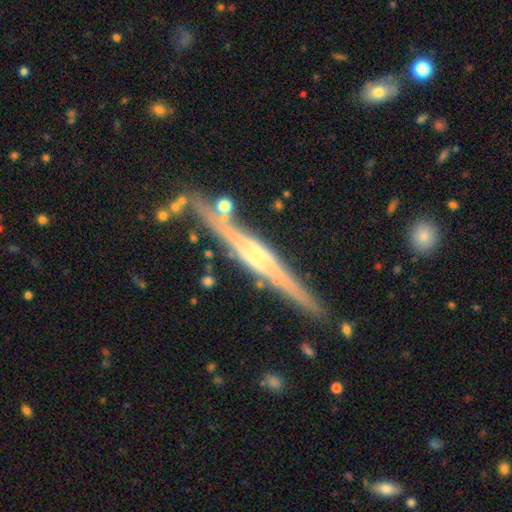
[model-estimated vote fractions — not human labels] Q: Smooth or featured?
A: featured or disk (82%); runner-up: smooth (12%)
Q: Edge-on disk?
A: yes (97%); runner-up: no (3%)
Q: Edge-on bulge?
A: rounded (50%); runner-up: boxy (27%)
Q: Merging?
A: none (83%); runner-up: minor disturbance (11%)